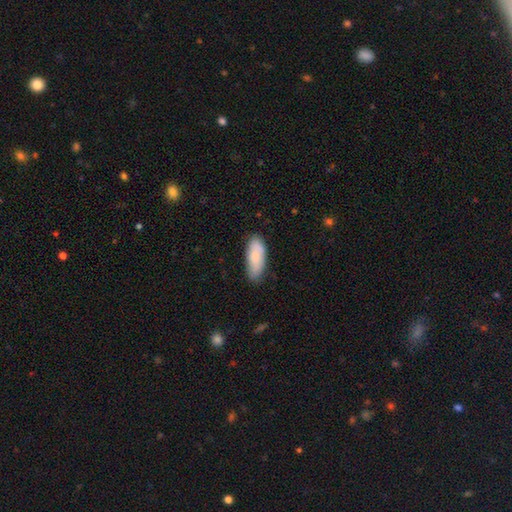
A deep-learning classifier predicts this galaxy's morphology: smooth_or_featured: smooth (p=0.76) [alt: featured or disk p=0.18]
how_rounded: in between (p=0.78) [alt: cigar-shaped p=0.20]
merging: none (p=0.71) [alt: minor disturbance p=0.23]